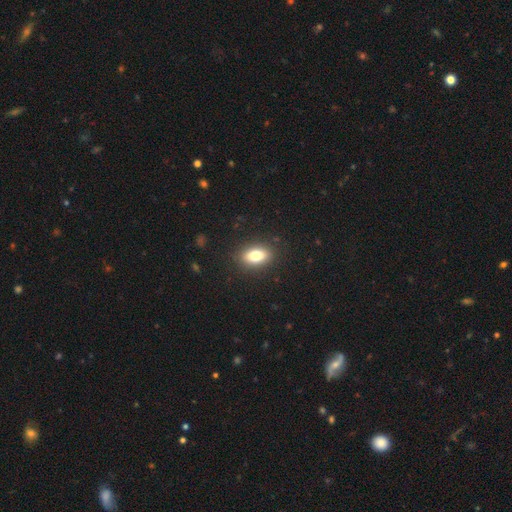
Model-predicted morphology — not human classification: The model was most divided on "smooth or featured": smooth: 80%, featured or disk: 12%, star or artifact: 9%. More confident: merging — none (88%); how rounded — in between (85%).